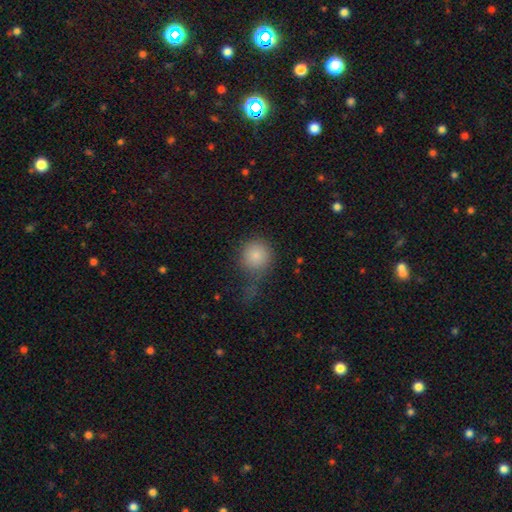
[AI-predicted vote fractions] This is clearly a smooth galaxy (84%). How rounded: clearly round (92%). Merging: possibly none (47%).